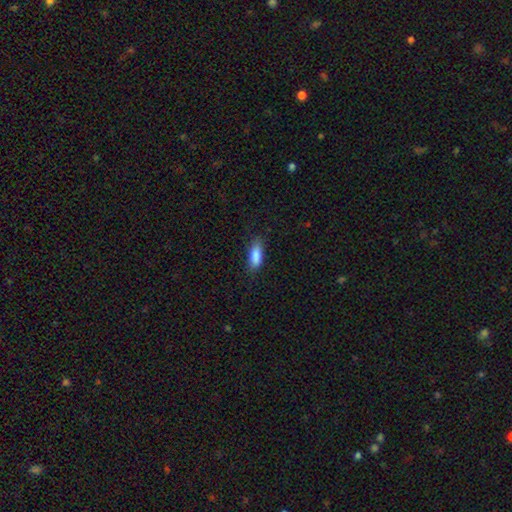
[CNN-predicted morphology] smooth-or-featured: smooth: 86% | star or artifact: 7% | featured or disk: 7%
  how-rounded: in between: 69% | cigar-shaped: 29% | round: 2%
  merging: none: 79% | minor disturbance: 16% | major disturbance: 4% | merger: 1%